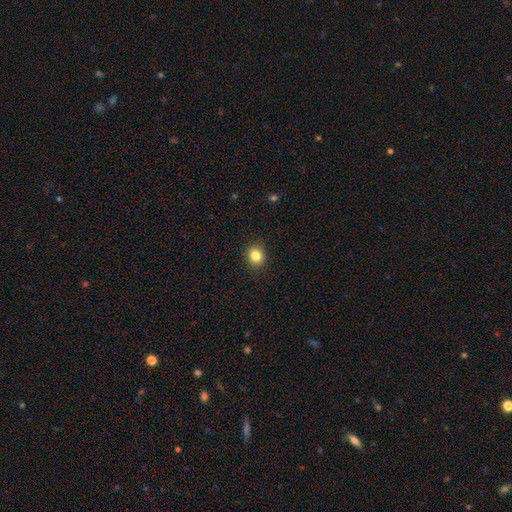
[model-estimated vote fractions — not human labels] This is clearly a smooth galaxy (83%). How rounded: likely round (76%). Merging: clearly none (90%).